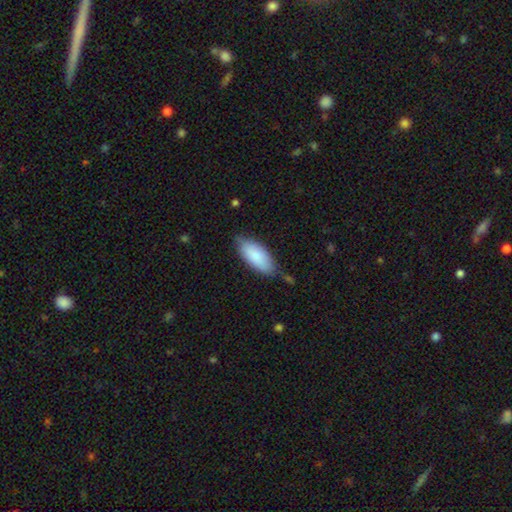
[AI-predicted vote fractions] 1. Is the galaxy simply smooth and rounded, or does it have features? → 85% smooth, 9% featured or disk, 6% star or artifact.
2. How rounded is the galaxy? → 85% in between, 13% cigar-shaped, 2% round.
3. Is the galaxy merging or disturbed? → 68% none, 25% minor disturbance, 4% major disturbance, 3% merger.